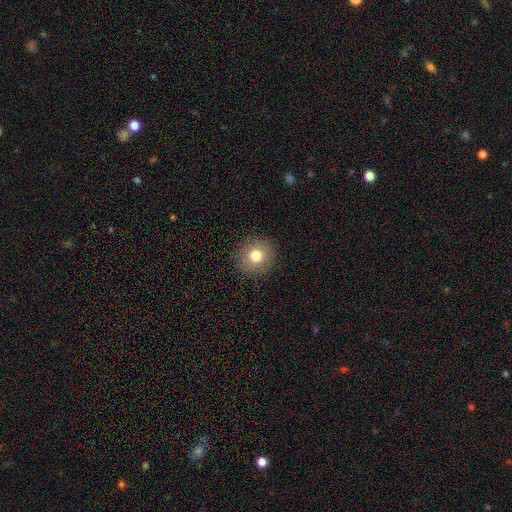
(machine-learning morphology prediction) The model was most divided on "smooth or featured": smooth: 78%, star or artifact: 11%, featured or disk: 11%. More confident: merging — none (90%); how rounded — round (88%).